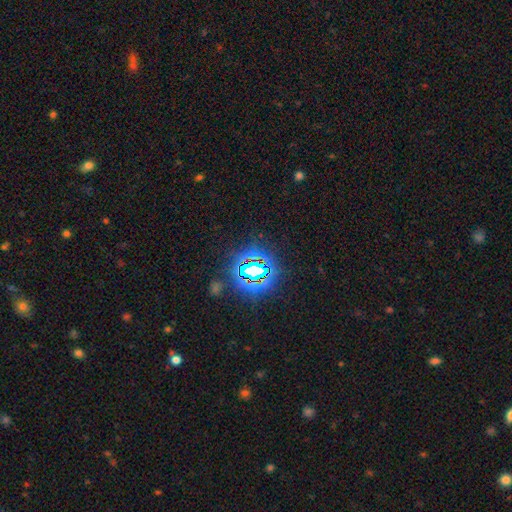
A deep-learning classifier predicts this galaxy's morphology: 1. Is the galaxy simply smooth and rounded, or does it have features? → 79% star or artifact, 13% smooth, 8% featured or disk.